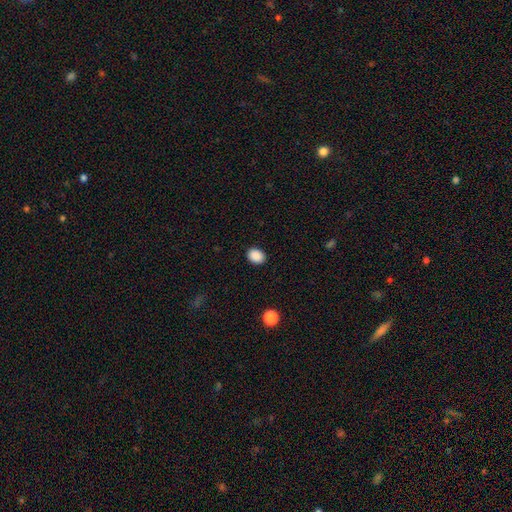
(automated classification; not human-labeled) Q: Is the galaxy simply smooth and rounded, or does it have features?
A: smooth — 89%.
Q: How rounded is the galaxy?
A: in between — 58%.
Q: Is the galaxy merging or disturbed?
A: none — 90%.